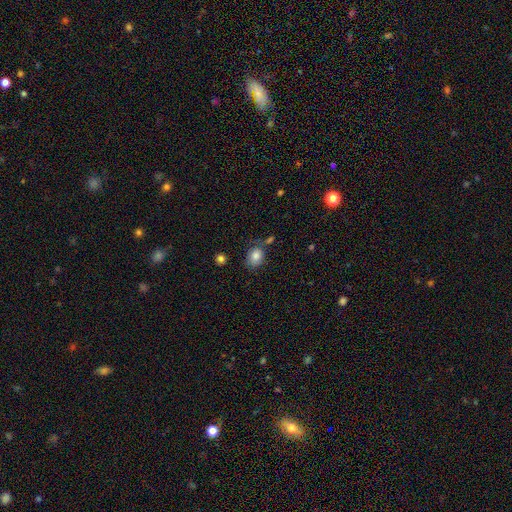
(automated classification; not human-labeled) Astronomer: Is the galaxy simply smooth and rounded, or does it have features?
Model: smooth — 83%.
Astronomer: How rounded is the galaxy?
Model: in between — 54% (runner-up: round, 45%).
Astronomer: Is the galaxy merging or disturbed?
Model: none — 61%.